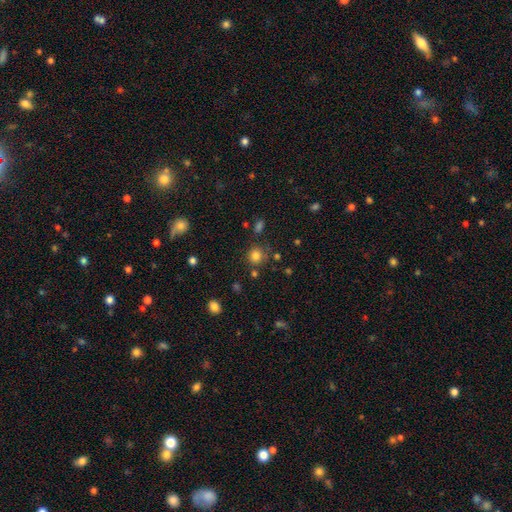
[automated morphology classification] Smooth or featured? Predicted: smooth (p=0.80). How rounded? Predicted: round (p=0.89). Merging? Predicted: none (p=0.79).